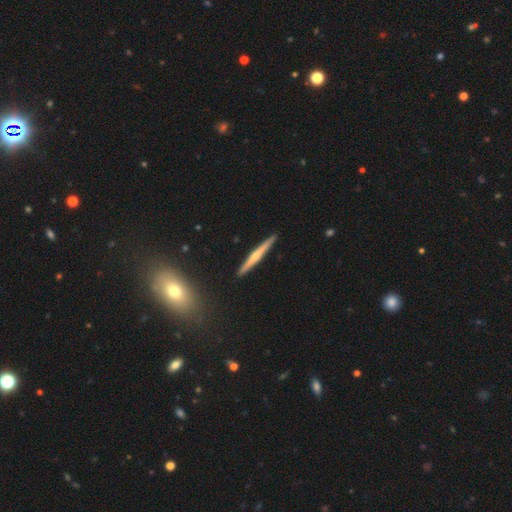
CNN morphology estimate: smooth_or_featured: featured or disk (p=0.67) [alt: smooth p=0.28]
disk_edge_on: yes (p=0.98) [alt: no p=0.02]
edge_on_bulge: rounded (p=0.76) [alt: none p=0.20]
merging: none (p=0.92) [alt: minor disturbance p=0.05]